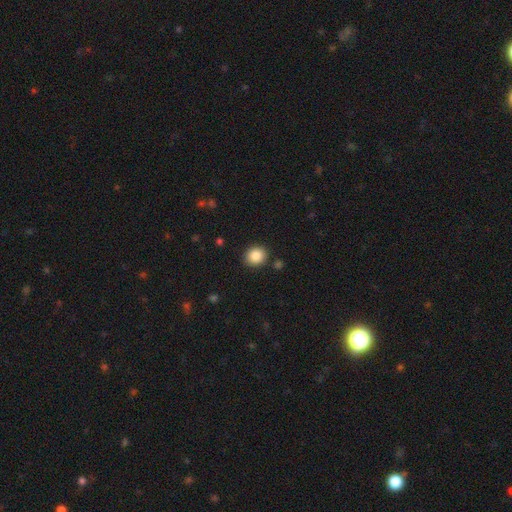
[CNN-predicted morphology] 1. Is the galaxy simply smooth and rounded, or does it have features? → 86% smooth, 9% star or artifact, 5% featured or disk.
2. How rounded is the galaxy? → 80% round, 20% in between, 1% cigar-shaped.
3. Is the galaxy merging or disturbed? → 89% none, 7% minor disturbance, 2% major disturbance, 2% merger.